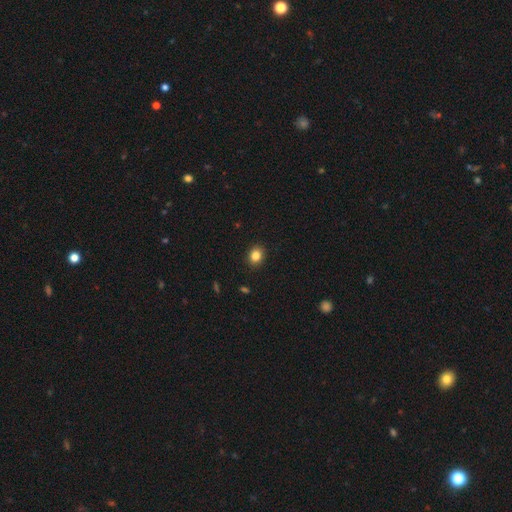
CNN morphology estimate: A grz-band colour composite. It shows a smooth galaxy with no disk features (84%) that is round (60%). Merging: none (90%).